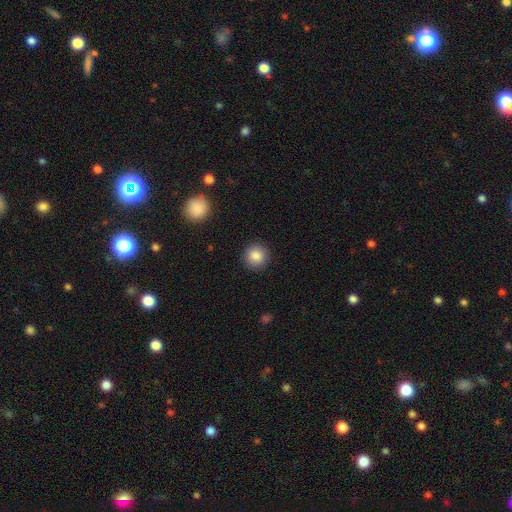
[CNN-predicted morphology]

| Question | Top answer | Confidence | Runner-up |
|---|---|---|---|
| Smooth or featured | smooth | 85% | star or artifact (9%) |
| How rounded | round | 93% | in between (6%) |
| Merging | none | 91% | minor disturbance (6%) |